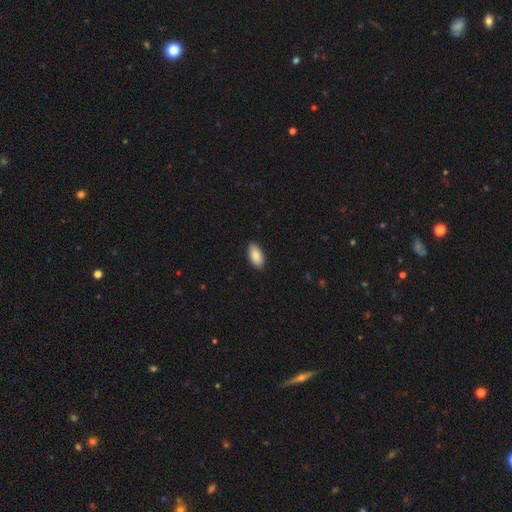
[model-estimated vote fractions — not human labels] Smooth or featured? Predicted: smooth (p=0.88). How rounded? Predicted: in between (p=0.93). Merging? Predicted: none (p=0.87).